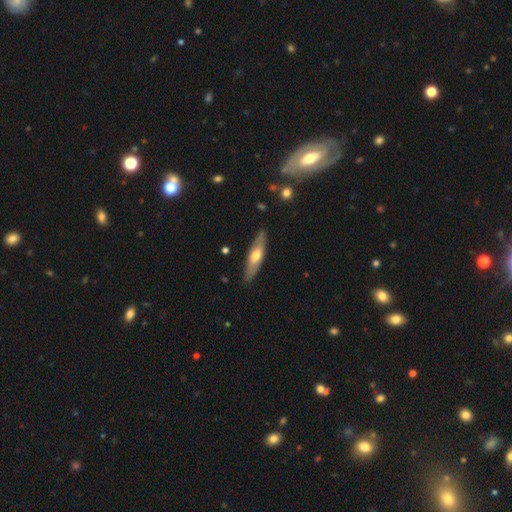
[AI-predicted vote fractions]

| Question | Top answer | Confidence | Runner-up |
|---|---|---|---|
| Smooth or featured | smooth | 50% | featured or disk (45%) |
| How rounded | cigar-shaped | 66% | in between (32%) |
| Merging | none | 86% | minor disturbance (11%) |